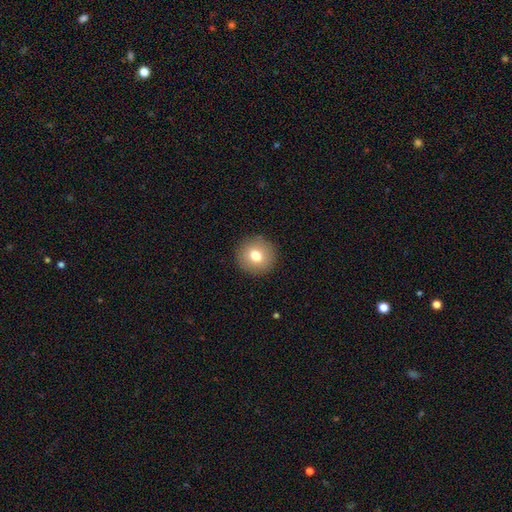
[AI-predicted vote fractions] smooth-or-featured: smooth: 76% | featured or disk: 14% | star or artifact: 10%
  how-rounded: round: 94% | in between: 5% | cigar-shaped: 1%
  merging: none: 92% | minor disturbance: 5% | major disturbance: 2% | merger: 1%